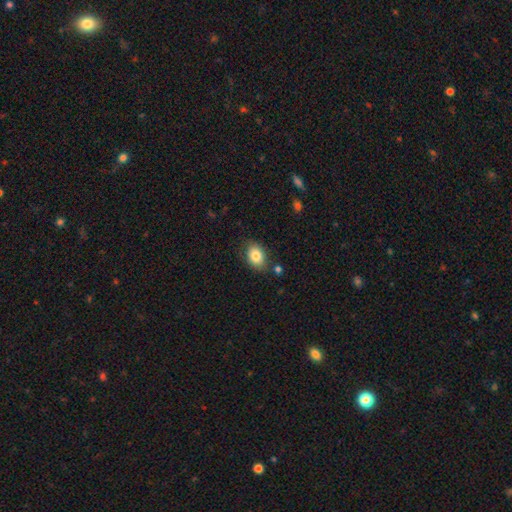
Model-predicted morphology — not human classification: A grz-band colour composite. It shows a smooth galaxy with no disk features (83%) that is in between round and cigar-shaped (78%). Merging: none (75%).